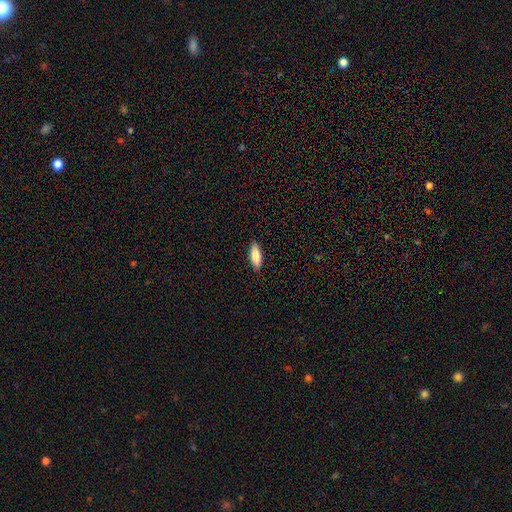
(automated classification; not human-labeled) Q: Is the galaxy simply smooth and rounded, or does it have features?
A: smooth — 83%.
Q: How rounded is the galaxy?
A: in between — 64%.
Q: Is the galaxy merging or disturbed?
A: none — 89%.